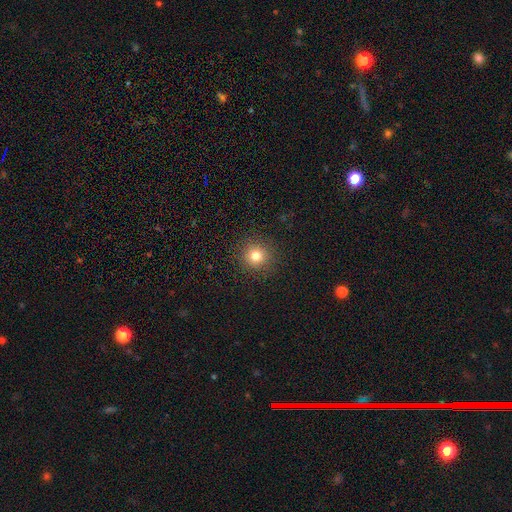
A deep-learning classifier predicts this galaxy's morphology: smooth_or_featured: smooth (p=0.79) [alt: star or artifact p=0.15]
how_rounded: round (p=0.94) [alt: in between p=0.05]
merging: none (p=0.91) [alt: minor disturbance p=0.06]